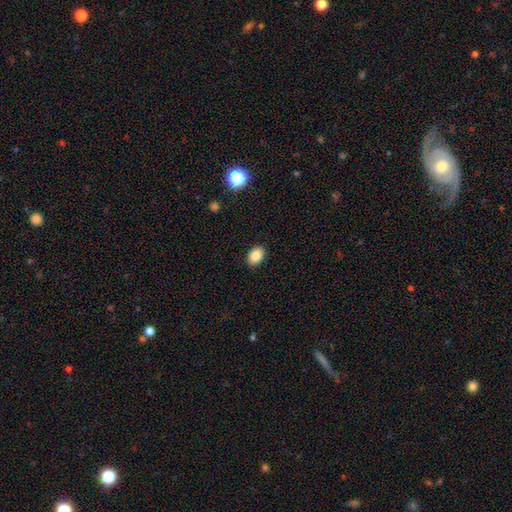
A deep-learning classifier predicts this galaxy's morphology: Overall: smooth (85%). How rounded: in between (76%). Merging: none (89%).